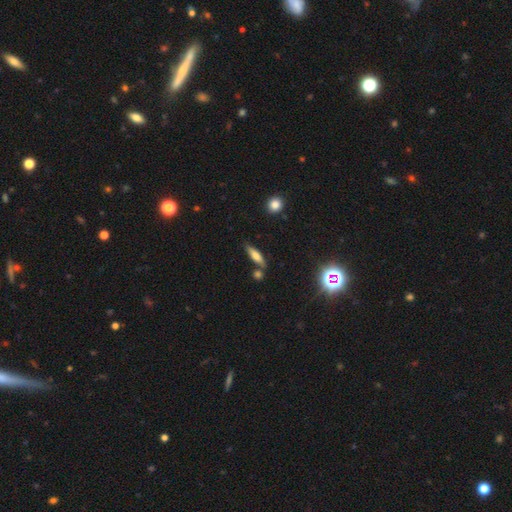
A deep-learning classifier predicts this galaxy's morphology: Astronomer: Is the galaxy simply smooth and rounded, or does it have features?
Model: smooth — 63%.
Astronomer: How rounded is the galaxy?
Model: cigar-shaped — 64%.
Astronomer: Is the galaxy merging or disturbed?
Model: none — 70%.